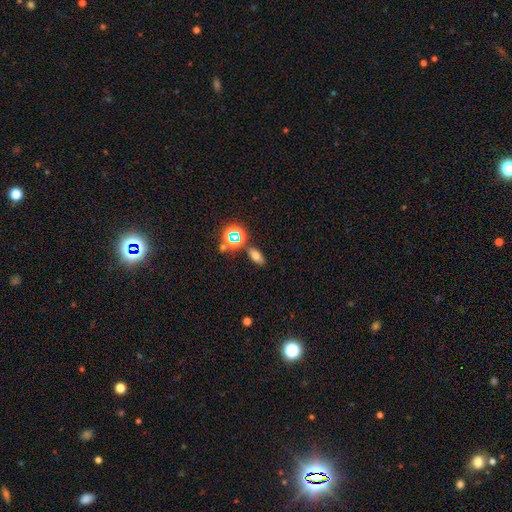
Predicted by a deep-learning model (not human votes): smooth-or-featured: smooth: 66% | star or artifact: 22% | featured or disk: 11%
  how-rounded: in between: 85% | round: 10% | cigar-shaped: 5%
  merging: none: 80% | minor disturbance: 10% | merger: 6% | major disturbance: 3%